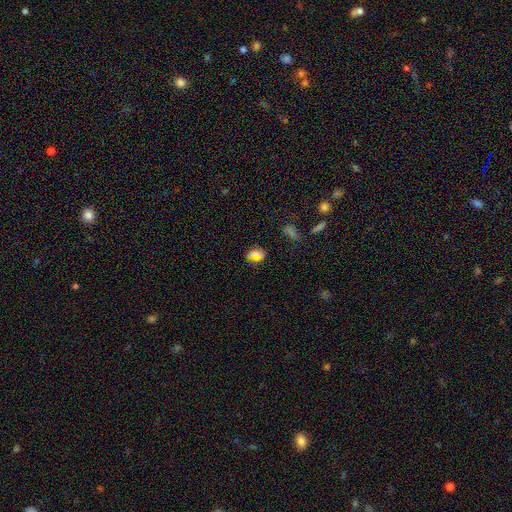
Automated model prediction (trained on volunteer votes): Smooth or featured: smooth — 57% (star or artifact — 31%)
How rounded: round — 49% (in between — 43%)
Merging: none — 81% (minor disturbance — 12%)